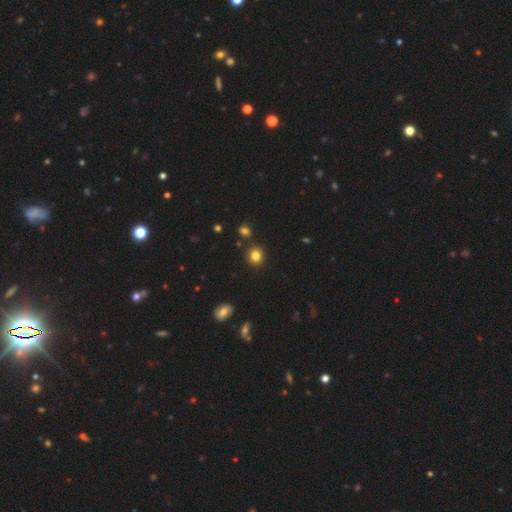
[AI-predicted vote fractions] smooth 82%, star or artifact 12%, featured or disk 5%. Down the decision tree: how rounded — round (75%); merging — none (86%).